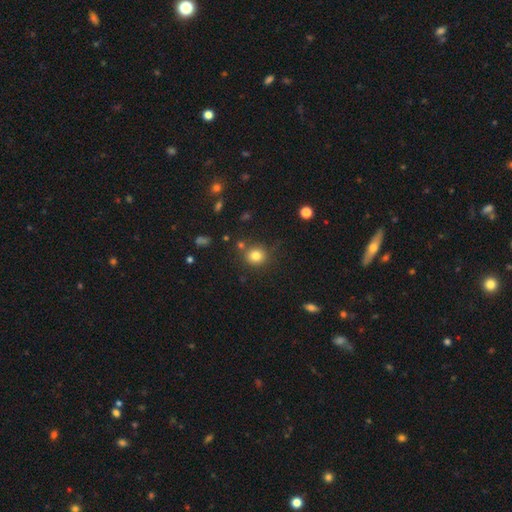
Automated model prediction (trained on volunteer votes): smooth_or_featured: smooth (p=0.81) [alt: star or artifact p=0.13]
how_rounded: round (p=0.86) [alt: in between p=0.13]
merging: none (p=0.80) [alt: minor disturbance p=0.10]